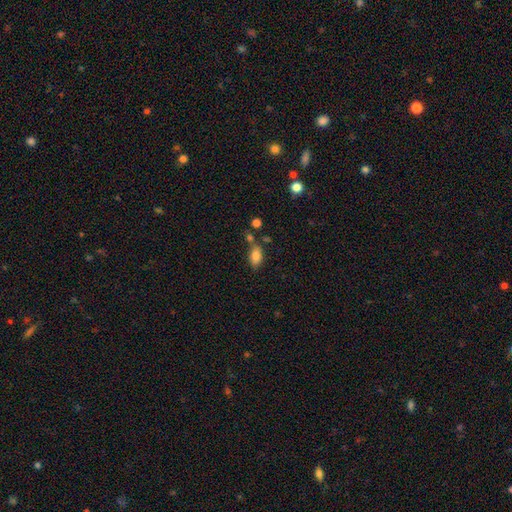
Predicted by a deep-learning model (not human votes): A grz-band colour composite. It shows a smooth galaxy with no disk features (83%) that is in between round and cigar-shaped (90%). Merging: none (66%).